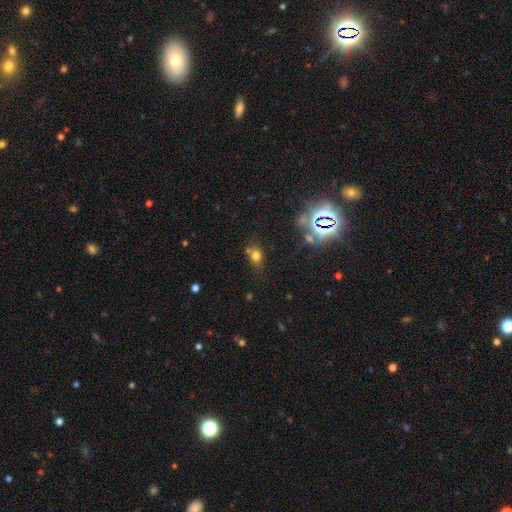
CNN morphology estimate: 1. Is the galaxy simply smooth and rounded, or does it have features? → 69% smooth, 21% star or artifact, 10% featured or disk.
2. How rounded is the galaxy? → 57% in between, 41% round, 2% cigar-shaped.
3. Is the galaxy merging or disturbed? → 63% none, 16% minor disturbance, 15% merger, 6% major disturbance.